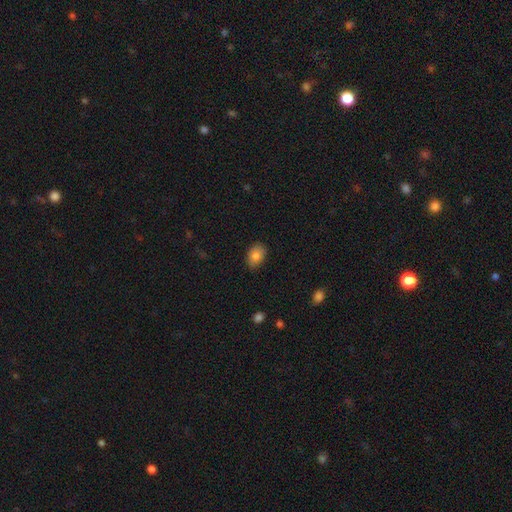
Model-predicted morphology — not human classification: This is clearly a smooth galaxy (83%). How rounded: likely in between (78%). Merging: clearly none (81%).